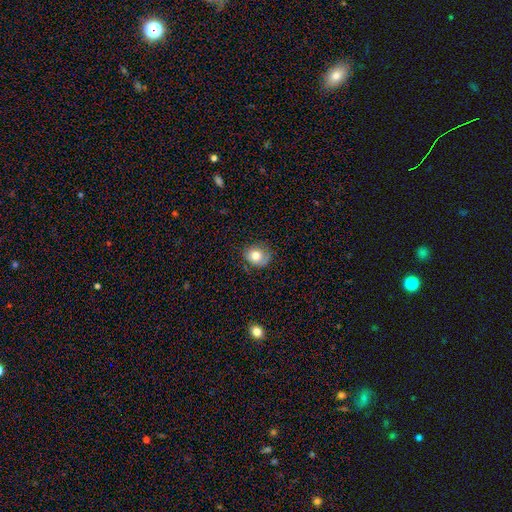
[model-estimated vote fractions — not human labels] smooth 73%, featured or disk 18%, star or artifact 9%. Down the decision tree: how rounded — round (67%); merging — none (66%).